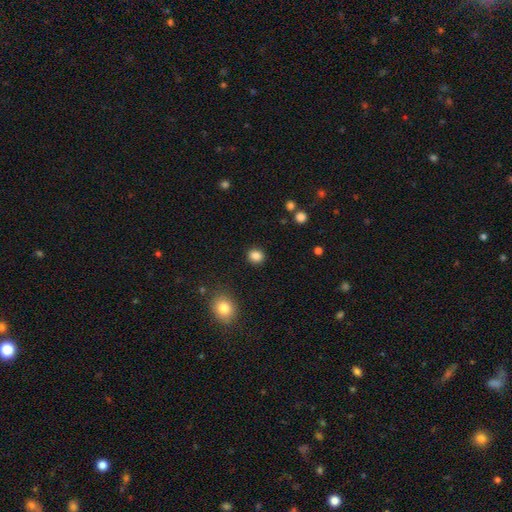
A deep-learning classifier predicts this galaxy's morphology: type=smooth (86%); roundness=round (75%); merging=none (89%).